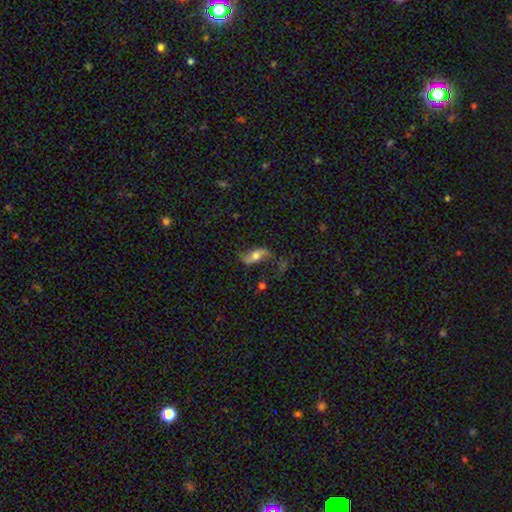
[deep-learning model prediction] A featured or disk galaxy (56%). Merging: none (61%).